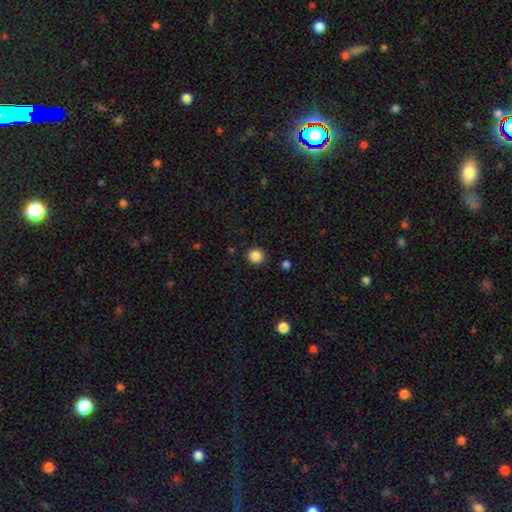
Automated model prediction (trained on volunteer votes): Smooth or featured? smooth (87%)
How rounded? round (91%)
Merging? none (90%)